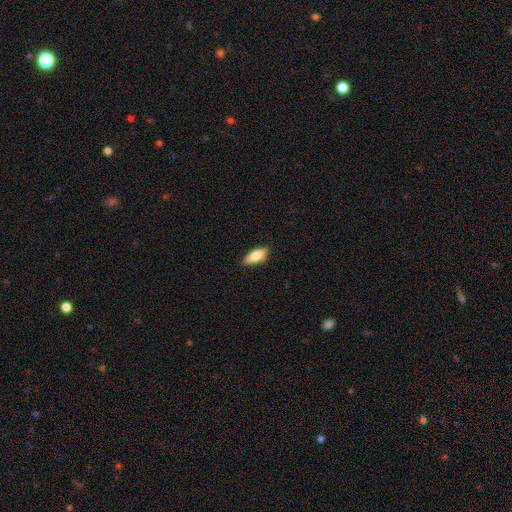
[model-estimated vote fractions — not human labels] Overall: smooth (69%). How rounded: in between (67%; cigar-shaped 30%). Merging: none (85%).